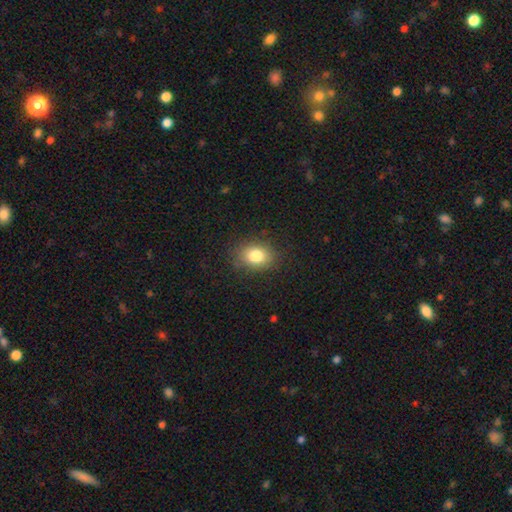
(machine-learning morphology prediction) Smooth or featured? Predicted: smooth (p=0.81). How rounded? Predicted: in between (p=0.60). Merging? Predicted: none (p=0.83).